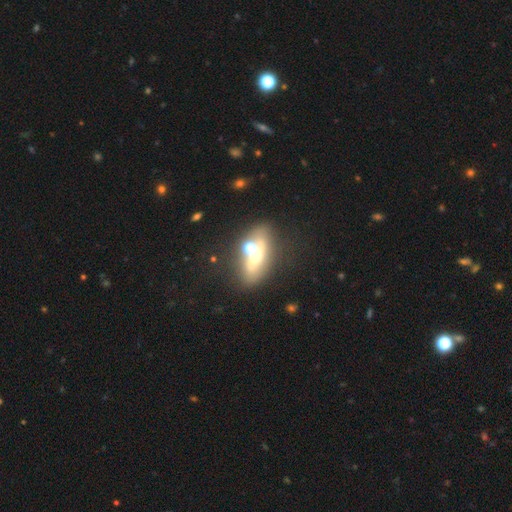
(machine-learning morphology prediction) Smooth or featured: featured or disk — 46% (smooth — 40%)
Merging: none — 54% (merger — 27%)